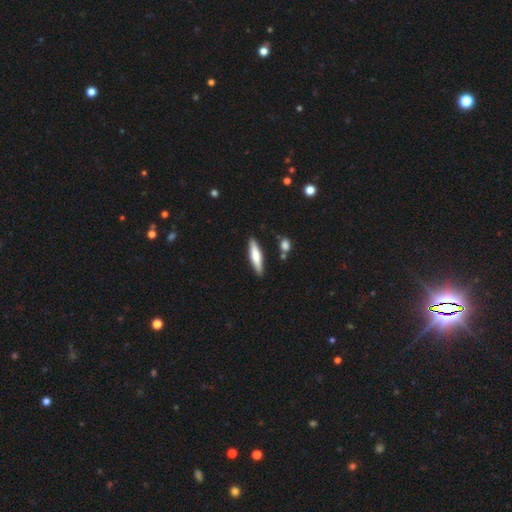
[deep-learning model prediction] This appears to be a smooth galaxy with no disk features (59%) that is cigar-shaped (81%). Merging: none (86%).